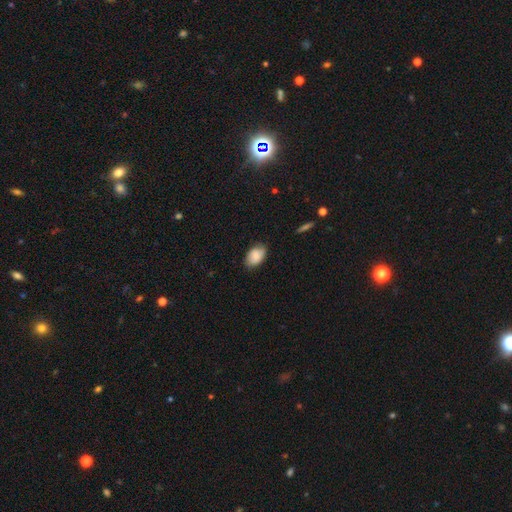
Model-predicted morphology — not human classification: This is clearly a smooth galaxy (82%). How rounded: clearly in between (90%). Merging: likely none (76%).